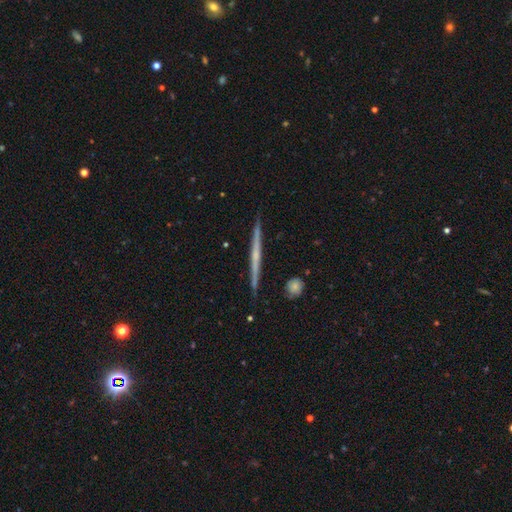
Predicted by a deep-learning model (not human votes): Smooth or featured? featured or disk (69%)
Edge-on disk? yes (98%)
Edge-on bulge? none (64%)
Merging? none (91%)